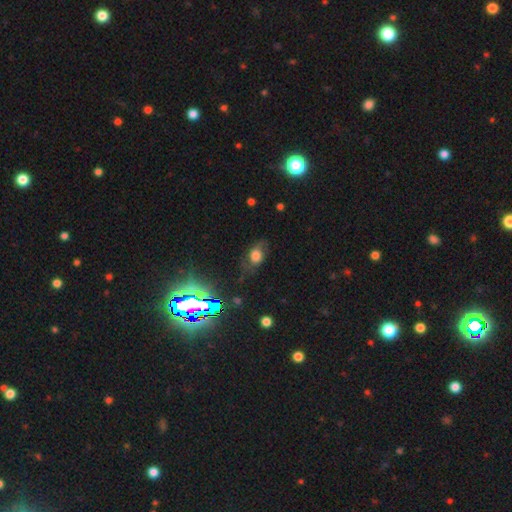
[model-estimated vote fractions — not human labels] This is possibly a smooth galaxy (54%). How rounded: likely in between (69%). Merging: likely none (61%).